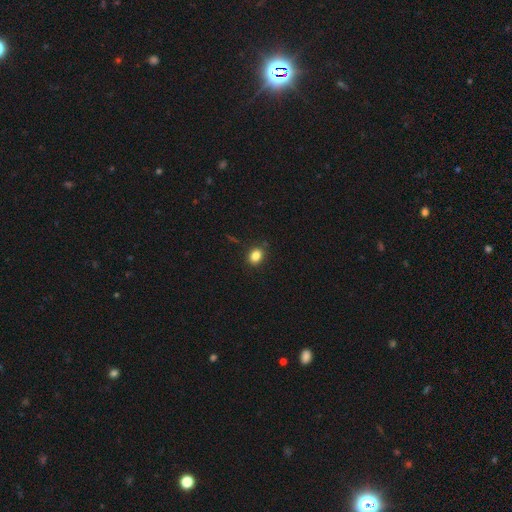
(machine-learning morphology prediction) smooth_or_featured: smooth (p=0.84) [alt: star or artifact p=0.11]
how_rounded: in between (p=0.58) [alt: round p=0.40]
merging: none (p=0.86) [alt: minor disturbance p=0.10]